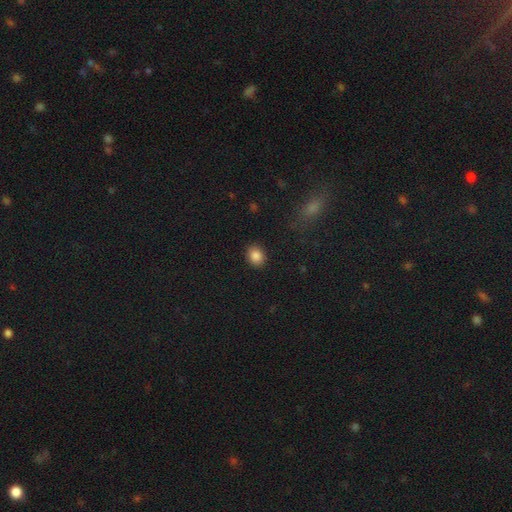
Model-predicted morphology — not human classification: Overall: smooth (86%). How rounded: round (51%; in between 48%). Merging: none (89%).